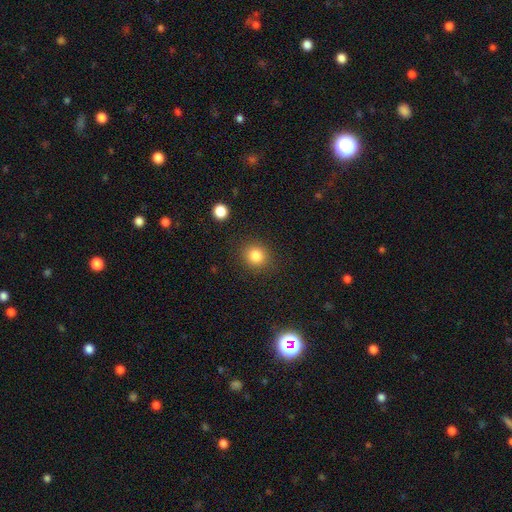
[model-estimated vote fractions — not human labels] A smooth galaxy with no disk features (83%) that is round (83%).

Vote fractions:
- Smooth or featured? smooth: 83% / star or artifact: 11% / featured or disk: 6%
- How rounded? round: 83% / in between: 16% / cigar-shaped: 1%
- Merging? none: 88% / minor disturbance: 8% / major disturbance: 3% / merger: 2%